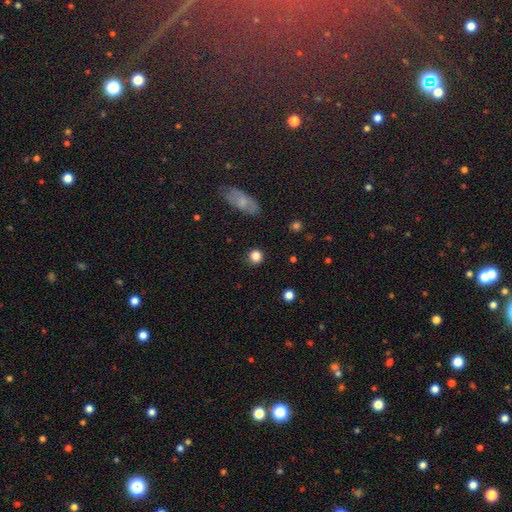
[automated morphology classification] smooth 84%, star or artifact 11%, featured or disk 5%. Down the decision tree: how rounded — round (90%); merging — none (88%).